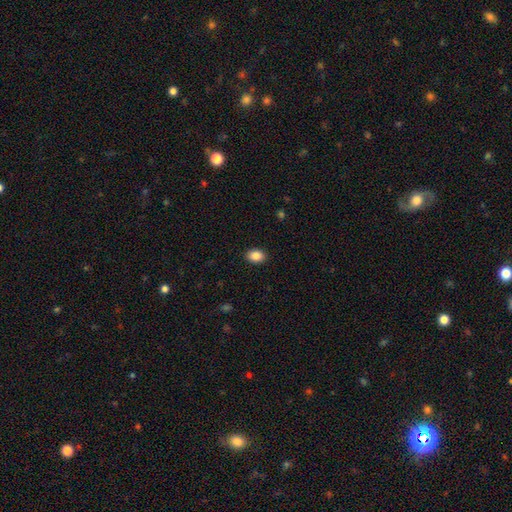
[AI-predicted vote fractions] smooth 88%, star or artifact 8%, featured or disk 4%. Down the decision tree: how rounded — in between (78%); merging — none (90%).